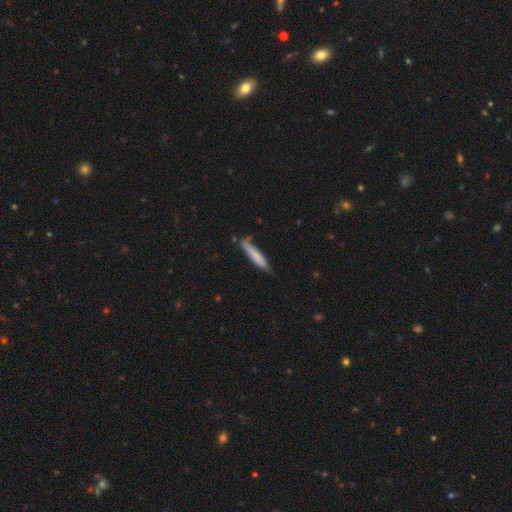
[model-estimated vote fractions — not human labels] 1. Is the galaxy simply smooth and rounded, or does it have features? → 76% smooth, 18% featured or disk, 6% star or artifact.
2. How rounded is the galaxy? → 90% cigar-shaped, 9% in between, 1% round.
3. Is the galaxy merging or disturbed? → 69% none, 23% minor disturbance, 4% major disturbance, 4% merger.